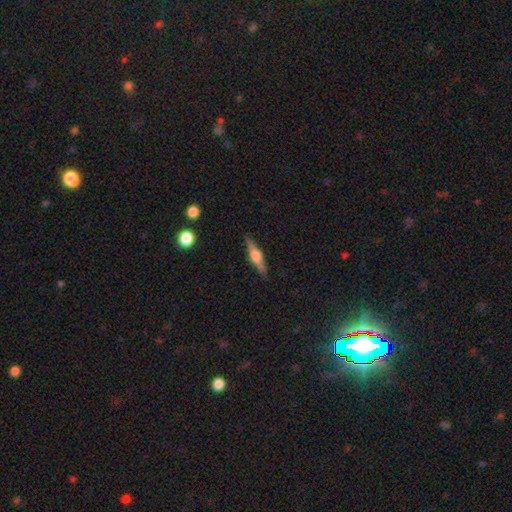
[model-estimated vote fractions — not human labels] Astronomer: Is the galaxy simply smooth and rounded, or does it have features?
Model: featured or disk — 75%.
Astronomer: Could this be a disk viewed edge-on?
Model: yes — 98%.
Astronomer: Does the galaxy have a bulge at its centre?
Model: rounded — 91%.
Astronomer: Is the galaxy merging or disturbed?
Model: none — 89%.